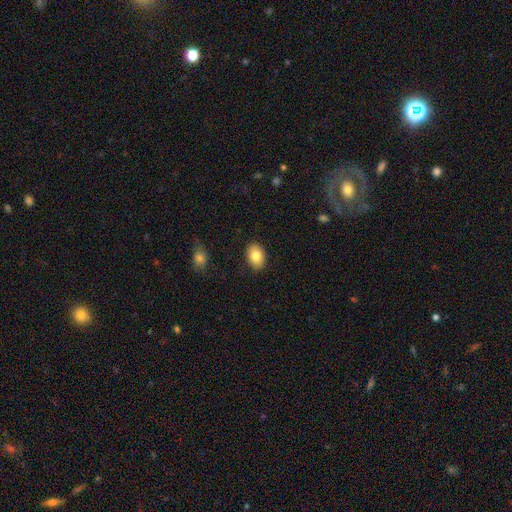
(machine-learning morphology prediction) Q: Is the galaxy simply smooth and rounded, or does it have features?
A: smooth — 83%.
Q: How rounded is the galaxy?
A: in between — 84%.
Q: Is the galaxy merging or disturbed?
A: none — 88%.